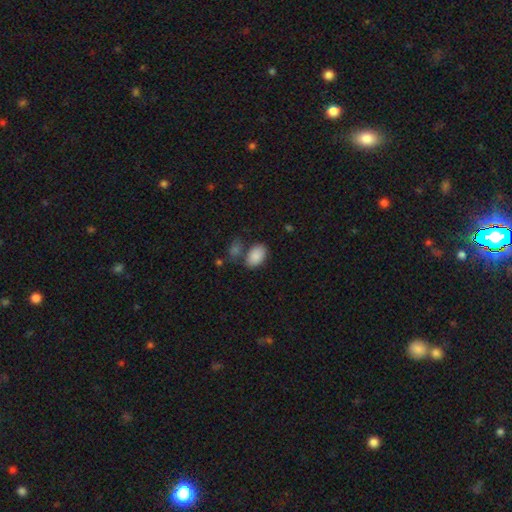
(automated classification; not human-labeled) The model was most divided on "merging": none: 63%, merger: 17%, minor disturbance: 15%, major disturbance: 5%. More confident: how rounded — in between (91%); smooth or featured — smooth (88%).